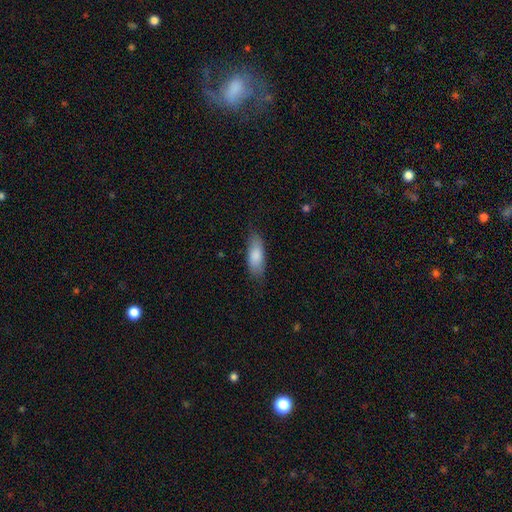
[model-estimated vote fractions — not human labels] Smooth or featured: smooth — 84% (featured or disk — 11%)
How rounded: in between — 75% (cigar-shaped — 23%)
Merging: none — 76% (minor disturbance — 18%)